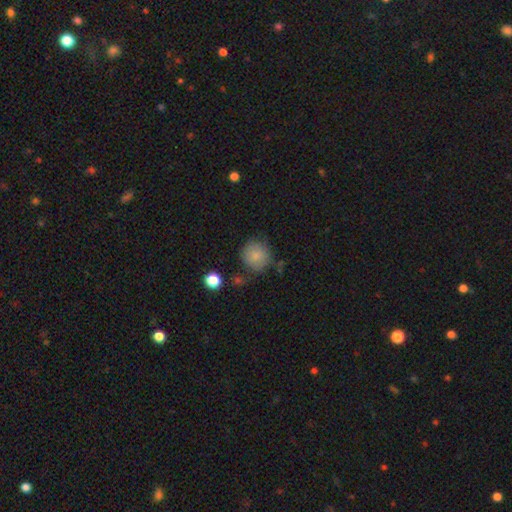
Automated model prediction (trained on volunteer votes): Smooth or featured?
  - smooth: 82% *
  - star or artifact: 9%
  - featured or disk: 9%
How rounded?
  - round: 91% *
  - in between: 8%
  - cigar-shaped: 1%
Merging?
  - none: 71% *
  - minor disturbance: 18%
  - merger: 5%
  - major disturbance: 5%